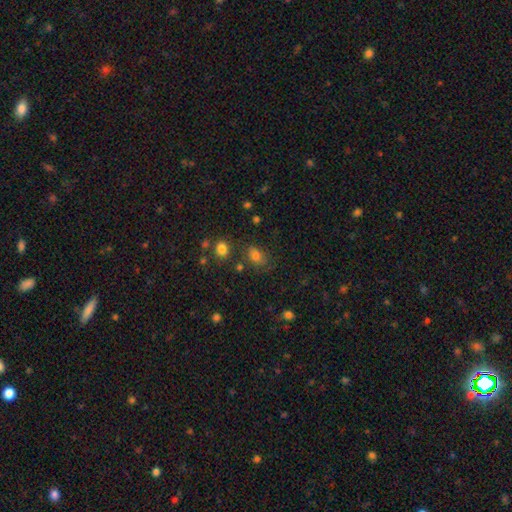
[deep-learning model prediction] Smooth or featured? Predicted: smooth (p=0.76). How rounded? Predicted: in between (p=0.78). Merging? Predicted: none (p=0.63).